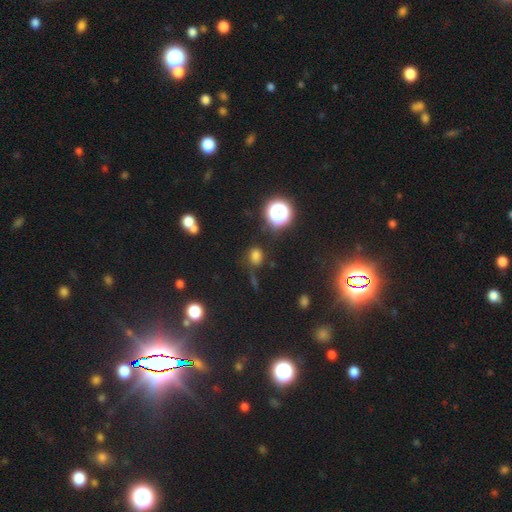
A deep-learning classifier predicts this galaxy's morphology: type=smooth (71%); roundness=round (57%); merging=none (69%).